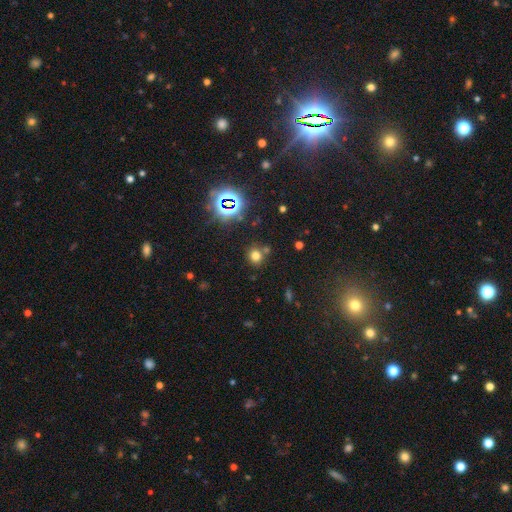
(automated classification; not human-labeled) smooth_or_featured: smooth (p=0.68) [alt: star or artifact p=0.25]
how_rounded: round (p=0.82) [alt: in between p=0.17]
merging: none (p=0.73) [alt: merger p=0.14]